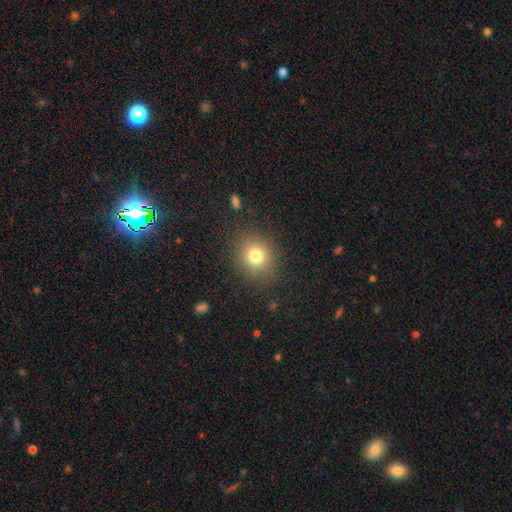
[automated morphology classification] smooth_or_featured: smooth (p=0.78) [alt: star or artifact p=0.13]
how_rounded: round (p=0.74) [alt: in between p=0.25]
merging: none (p=0.85) [alt: minor disturbance p=0.10]